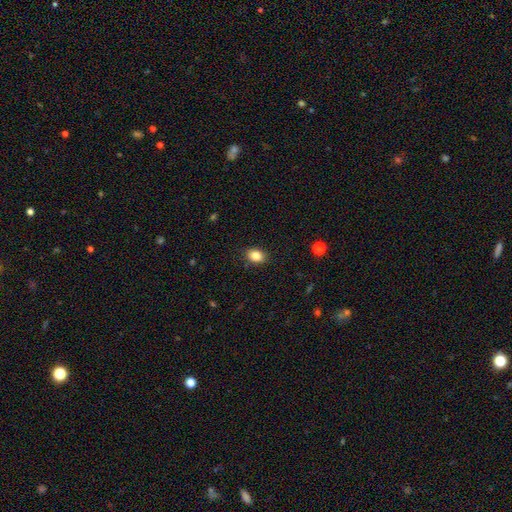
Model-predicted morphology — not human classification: smooth-or-featured: smooth: 85% | star or artifact: 9% | featured or disk: 5%
  how-rounded: in between: 69% | round: 30% | cigar-shaped: 1%
  merging: none: 88% | minor disturbance: 9% | major disturbance: 2% | merger: 1%